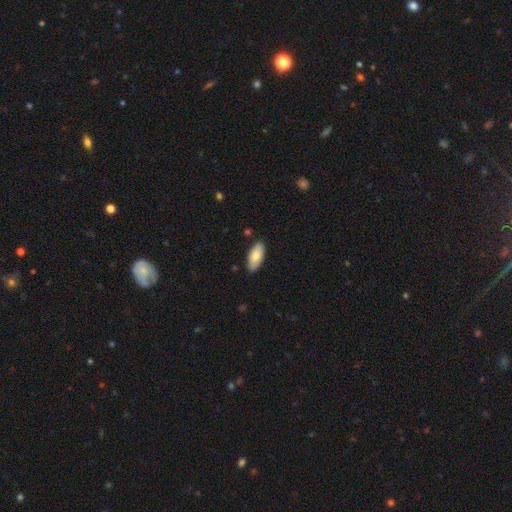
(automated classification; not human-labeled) smooth 77%, featured or disk 17%, star or artifact 6%. Down the decision tree: how rounded — in between (89%); merging — none (87%).